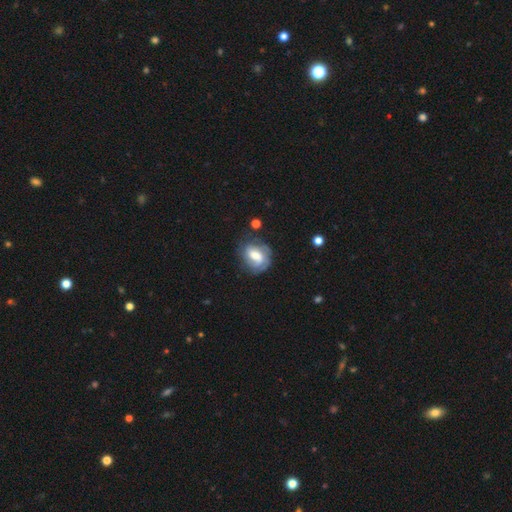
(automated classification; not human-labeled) A featured or disk galaxy (57%) with a weak bar (45%), spiral arms (79%) and a moderate central bulge (44%).

Vote fractions:
- Smooth or featured? featured or disk: 57% / smooth: 35% / star or artifact: 8%
- Edge-on disk? no: 96% / yes: 4%
- Bar? weak: 45% / no: 34% / strong: 21%
- Spiral arms? yes: 79% / no: 21%
- Bulge size? moderate: 44% / large: 32% / small: 14% / none: 6% / dominant: 3%
- Merging? none: 61% / minor disturbance: 23% / major disturbance: 13% / merger: 3%